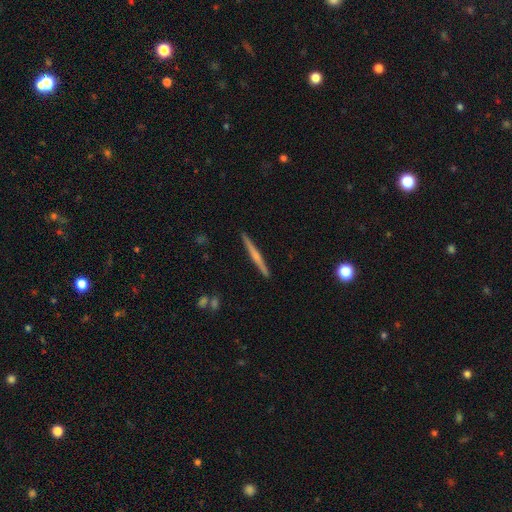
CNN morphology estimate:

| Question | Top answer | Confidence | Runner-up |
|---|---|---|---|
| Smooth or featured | featured or disk | 57% | smooth (37%) |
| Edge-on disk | yes | 98% | no (2%) |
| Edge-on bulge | none | 45% | tied: rounded (45%) |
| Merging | none | 92% | minor disturbance (6%) |